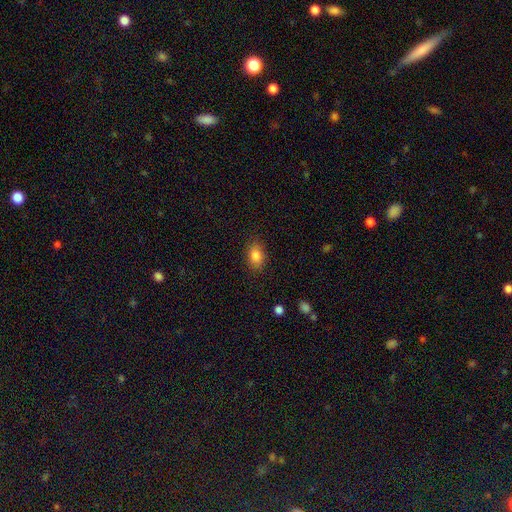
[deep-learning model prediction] Morphology: type=smooth (85%); roundness=in between (81%); merging=none (84%).